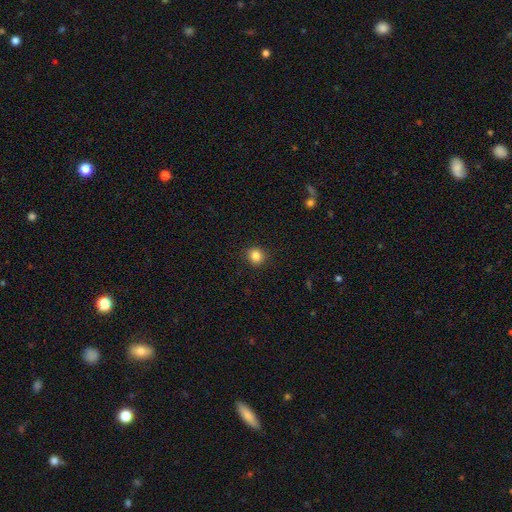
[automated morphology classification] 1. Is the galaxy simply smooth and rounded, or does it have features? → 85% smooth, 11% star or artifact, 4% featured or disk.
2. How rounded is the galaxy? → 89% round, 11% in between, 1% cigar-shaped.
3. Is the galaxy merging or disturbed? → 91% none, 6% minor disturbance, 2% major disturbance, 1% merger.